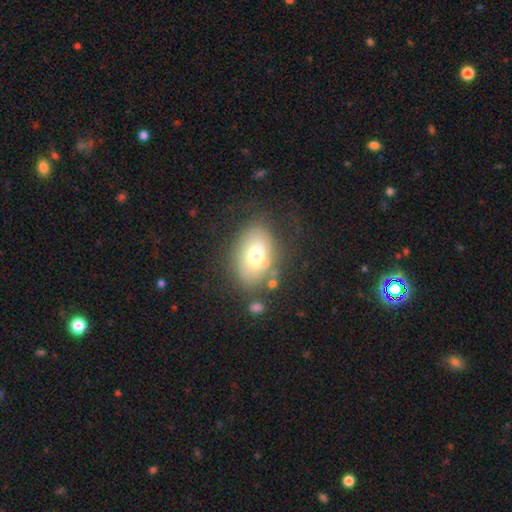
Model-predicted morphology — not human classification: smooth_or_featured: smooth (p=0.66) [alt: featured or disk p=0.25]
how_rounded: in between (p=0.84) [alt: round p=0.15]
merging: none (p=0.62) [alt: minor disturbance p=0.21]